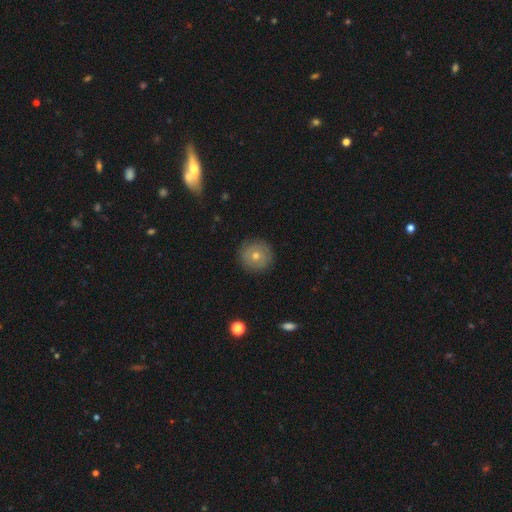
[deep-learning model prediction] Overall: smooth (56%; featured or disk 32%). How rounded: round (95%). Merging: none (89%).